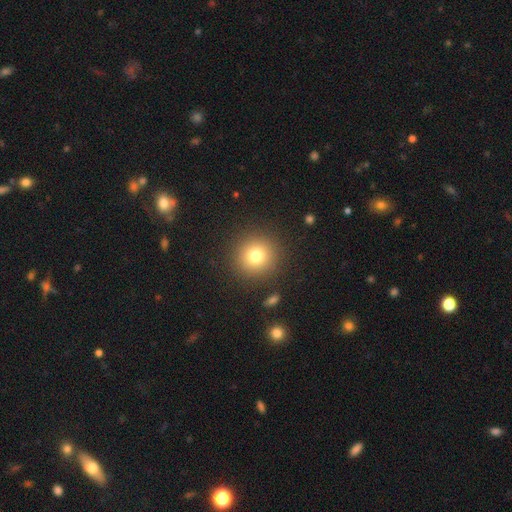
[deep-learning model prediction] This appears to be a smooth galaxy with no disk features (78%) that is round (94%). Merging: none (90%).